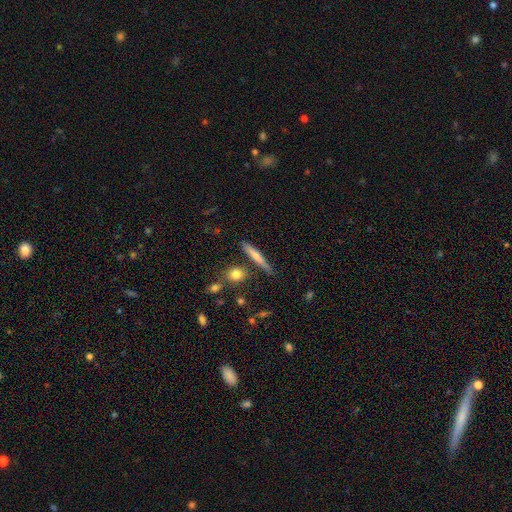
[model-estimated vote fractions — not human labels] Smooth or featured? smooth (46%, tied with featured or disk)
Merging? none (80%)